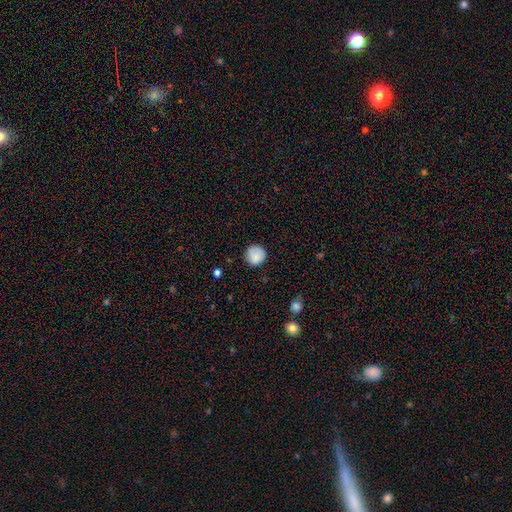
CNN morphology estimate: Smooth or featured? smooth (87%)
How rounded? round (94%)
Merging? none (85%)